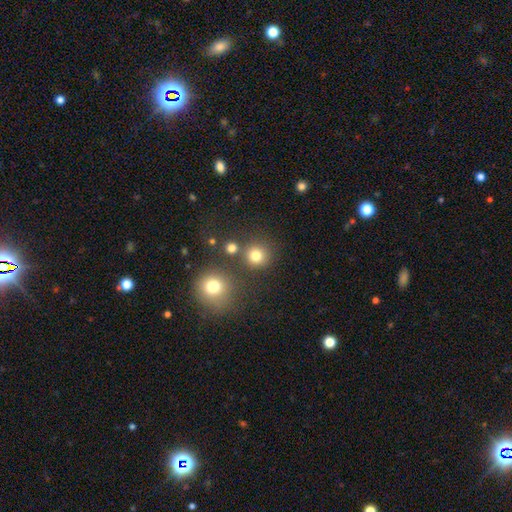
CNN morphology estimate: smooth-or-featured: smooth: 78% | star or artifact: 16% | featured or disk: 6%
  how-rounded: round: 92% | in between: 7% | cigar-shaped: 1%
  merging: none: 78% | merger: 11% | minor disturbance: 7% | major disturbance: 4%